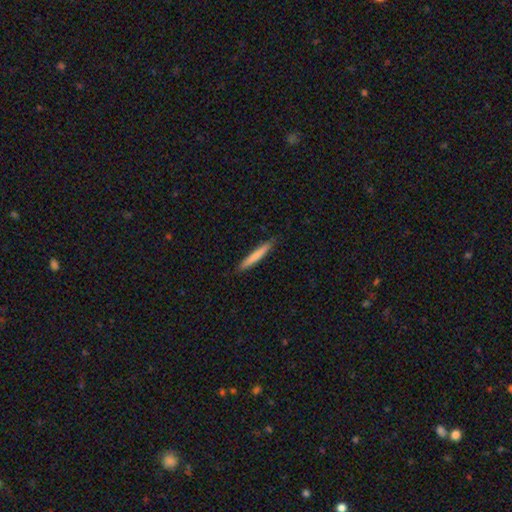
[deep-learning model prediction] A smooth galaxy with no disk features (74%) that is cigar-shaped (95%).

Vote fractions:
- Smooth or featured? smooth: 74% / featured or disk: 21% / star or artifact: 6%
- How rounded? cigar-shaped: 95% / in between: 3% / round: 1%
- Merging? none: 88% / minor disturbance: 9% / major disturbance: 2% / merger: 1%